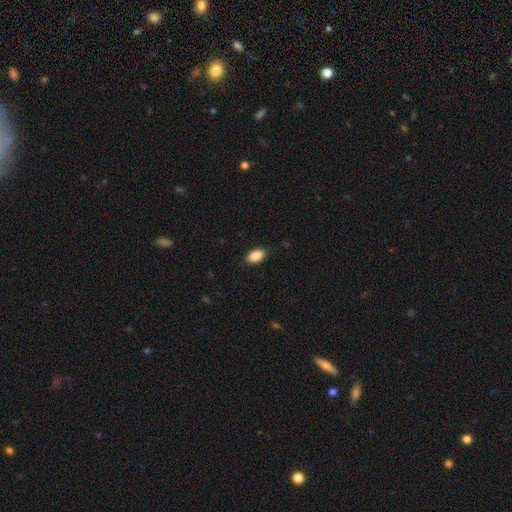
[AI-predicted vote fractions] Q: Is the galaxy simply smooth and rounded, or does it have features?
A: smooth — 89%.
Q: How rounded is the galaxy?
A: in between — 93%.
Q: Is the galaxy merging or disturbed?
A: none — 89%.